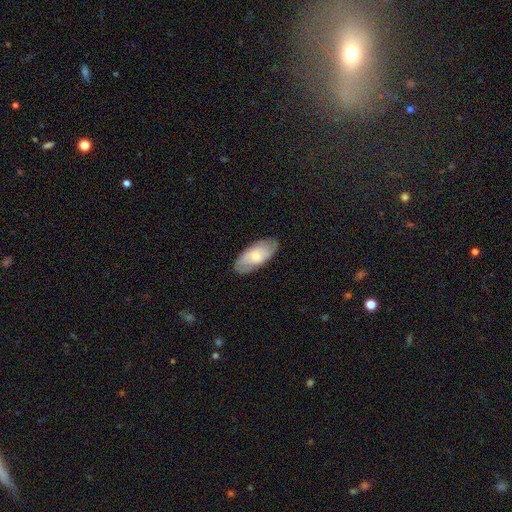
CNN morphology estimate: Smooth or featured: smooth — 53% (featured or disk — 41%)
How rounded: in between — 88% (cigar-shaped — 9%)
Merging: none — 81% (minor disturbance — 15%)